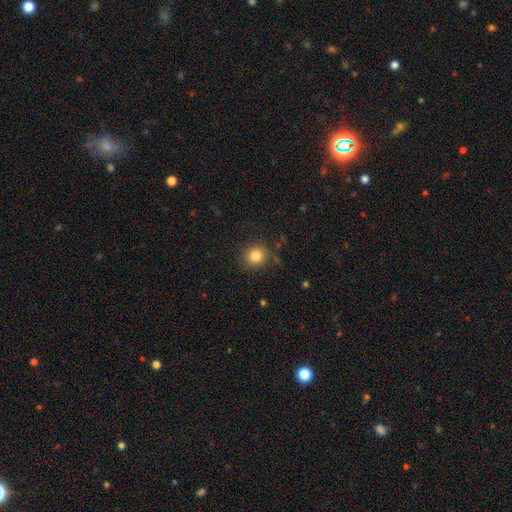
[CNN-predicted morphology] Smooth or featured: smooth — 82% (star or artifact — 11%)
How rounded: round — 86% (in between — 13%)
Merging: none — 86% (minor disturbance — 9%)